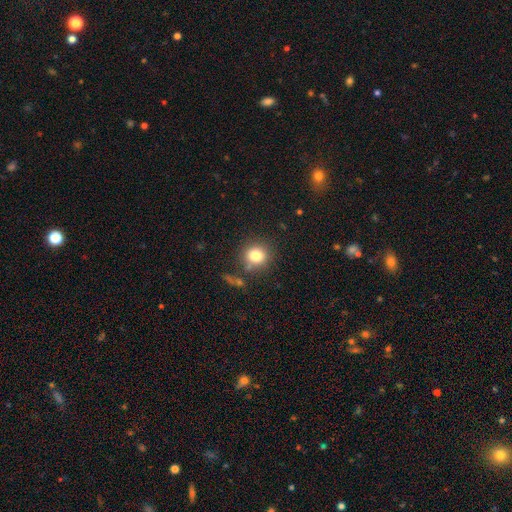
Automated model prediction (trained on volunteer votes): smooth_or_featured: smooth (p=0.81) [alt: star or artifact p=0.12]
how_rounded: round (p=0.85) [alt: in between p=0.14]
merging: none (p=0.78) [alt: minor disturbance p=0.12]